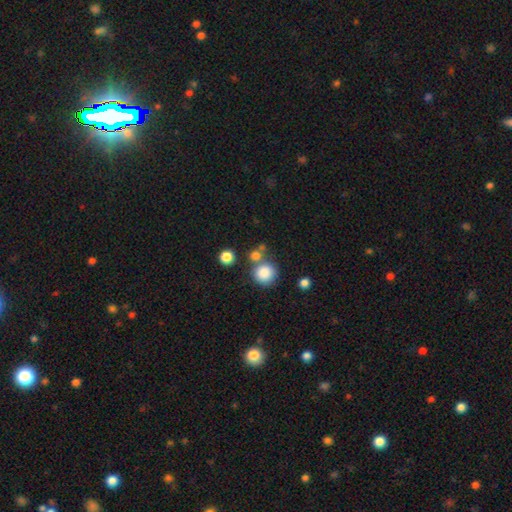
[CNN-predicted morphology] smooth-or-featured: smooth: 81% | star or artifact: 13% | featured or disk: 7%
  how-rounded: round: 87% | in between: 12% | cigar-shaped: 1%
  merging: none: 62% | merger: 24% | minor disturbance: 10% | major disturbance: 4%